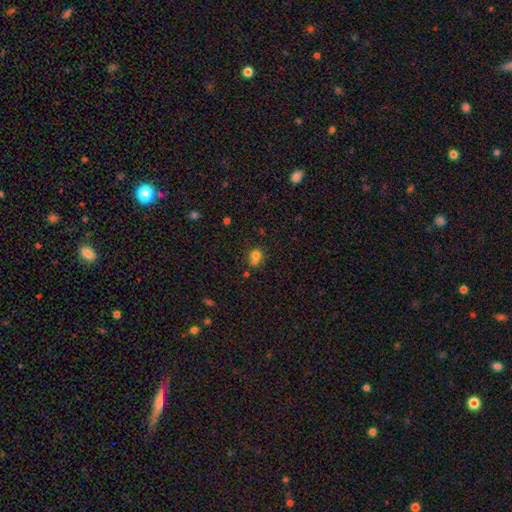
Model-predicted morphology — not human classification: A smooth galaxy with no disk features (75%) that is round (69%). Merging: none (43%).